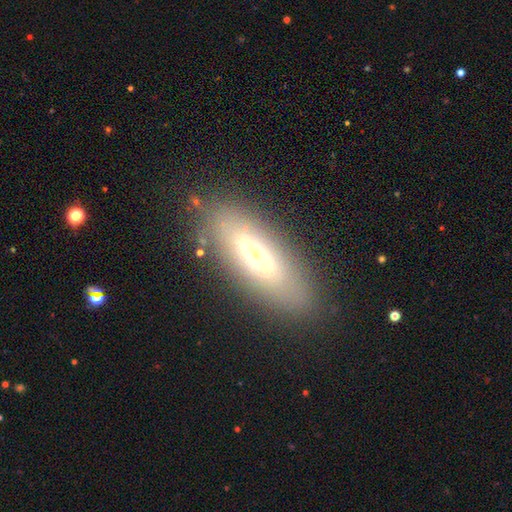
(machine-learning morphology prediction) Smooth or featured?
  - smooth: 52% *
  - featured or disk: 39%
  - star or artifact: 10%
How rounded?
  - in between: 61% *
  - cigar-shaped: 35%
  - round: 3%
Merging?
  - none: 81% *
  - minor disturbance: 12%
  - major disturbance: 5%
  - merger: 2%